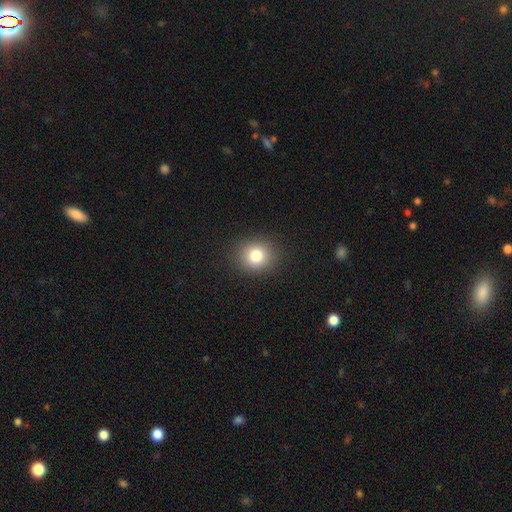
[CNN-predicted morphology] Smooth or featured? Predicted: smooth (p=0.79). How rounded? Predicted: round (p=0.79). Merging? Predicted: none (p=0.92).